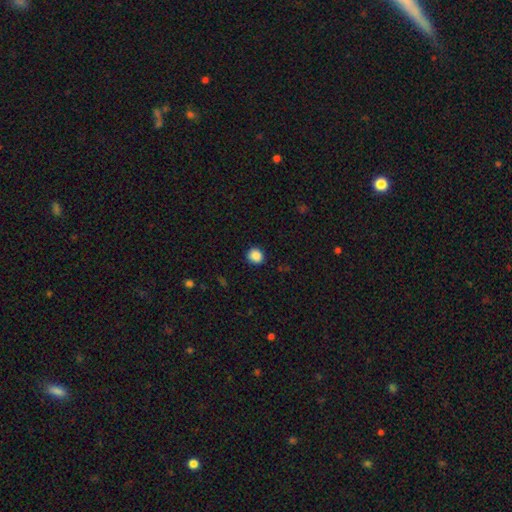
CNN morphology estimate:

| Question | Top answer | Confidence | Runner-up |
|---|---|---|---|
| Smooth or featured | smooth | 88% | star or artifact (9%) |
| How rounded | round | 83% | in between (16%) |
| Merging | none | 90% | minor disturbance (7%) |